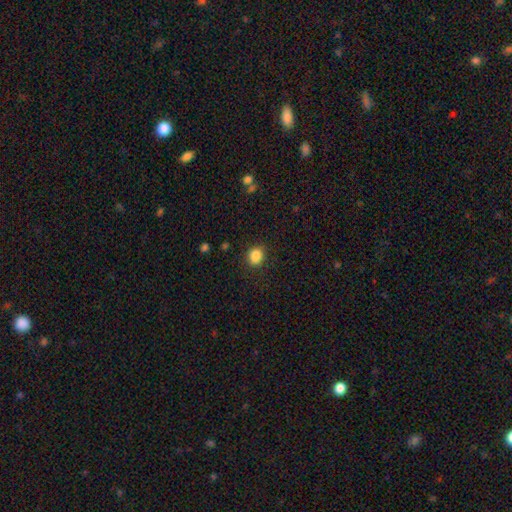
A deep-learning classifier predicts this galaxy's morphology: A smooth galaxy with no disk features (86%) that is round (63%).

Vote fractions:
- Smooth or featured? smooth: 86% / star or artifact: 10% / featured or disk: 4%
- How rounded? round: 63% / in between: 36% / cigar-shaped: 1%
- Merging? none: 86% / minor disturbance: 10% / major disturbance: 3% / merger: 1%